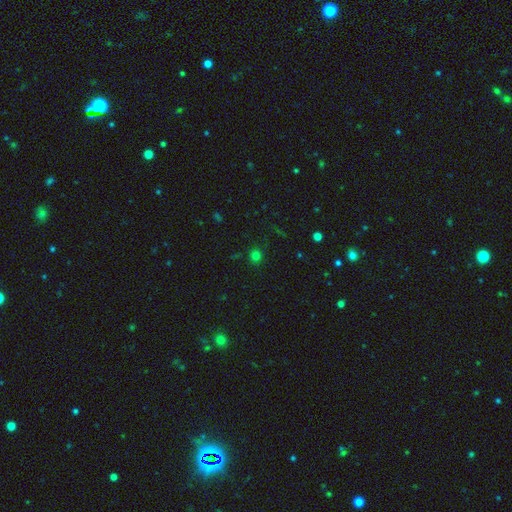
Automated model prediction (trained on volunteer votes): Morphology: type=smooth (74%); roundness=round (90%); merging=none (88%).